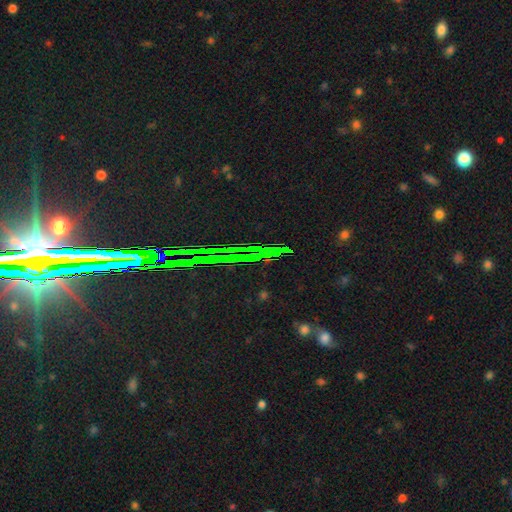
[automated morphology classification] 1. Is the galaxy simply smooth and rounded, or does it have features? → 81% star or artifact, 11% featured or disk, 8% smooth.